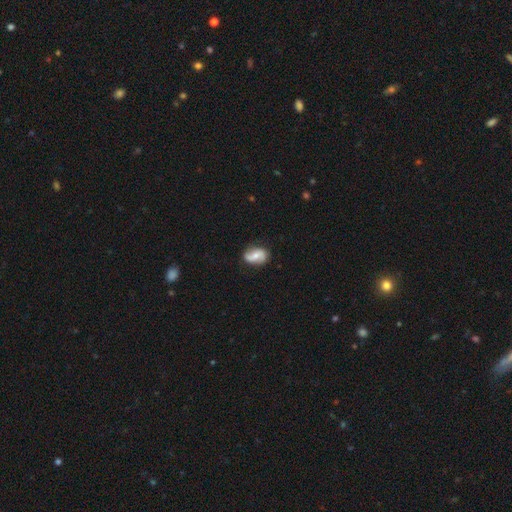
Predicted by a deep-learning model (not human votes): Smooth or featured? featured or disk (58%)
Edge-on disk? no (96%)
Bar? no (50%)
Spiral arms? yes (88%)
Bulge size? moderate (53%)
Merging? none (77%)